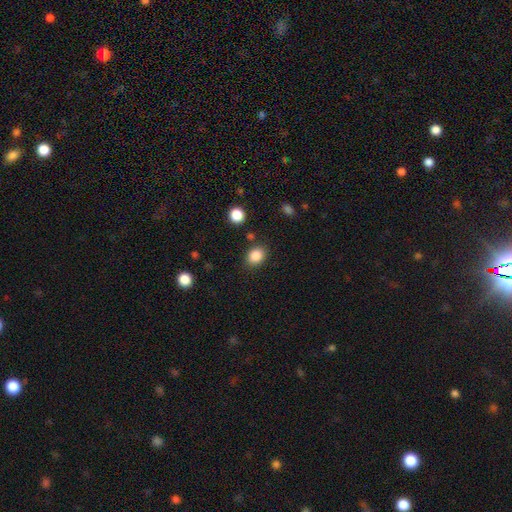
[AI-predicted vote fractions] Smooth or featured? Predicted: smooth (p=0.86). How rounded? Predicted: in between (p=0.54). Merging? Predicted: none (p=0.82).